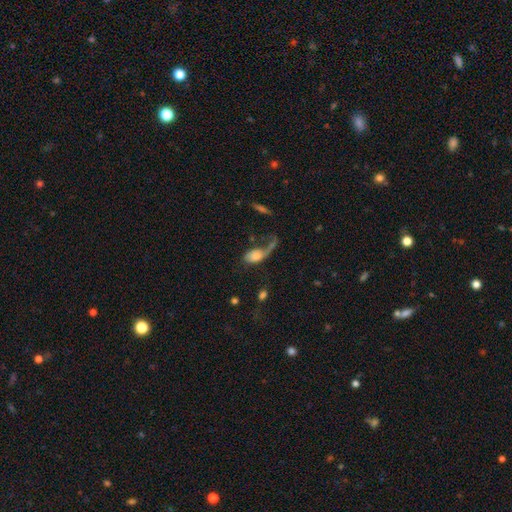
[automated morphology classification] smooth 51%, featured or disk 40%, star or artifact 8%. Down the decision tree: how rounded — in between (85%); merging — major disturbance (55%).